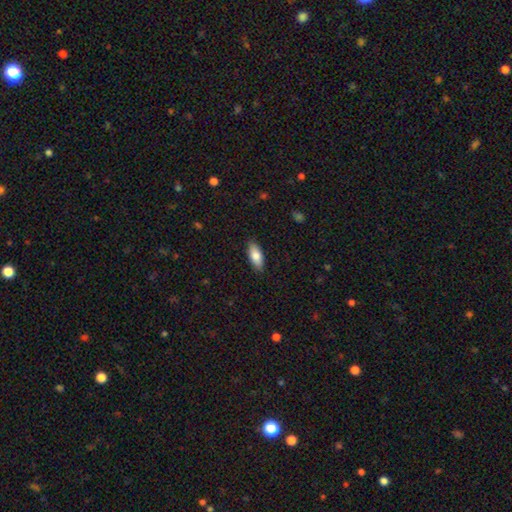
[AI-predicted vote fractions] A smooth galaxy with no disk features (81%) that is in between round and cigar-shaped (82%).

Vote fractions:
- Smooth or featured? smooth: 81% / featured or disk: 13% / star or artifact: 6%
- How rounded? in between: 82% / cigar-shaped: 16% / round: 2%
- Merging? none: 88% / minor disturbance: 9% / major disturbance: 2% / merger: 1%